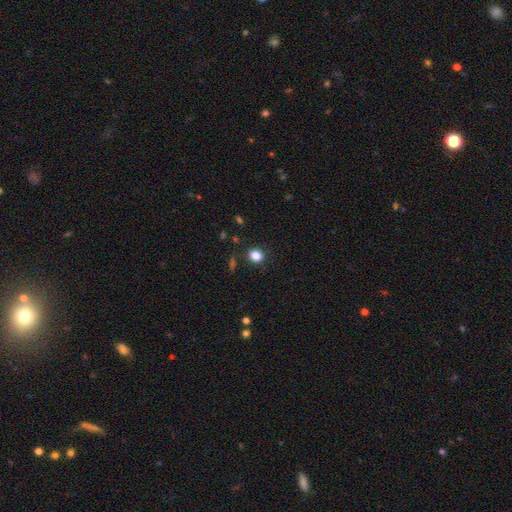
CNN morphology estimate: This appears to be a smooth galaxy with no disk features (85%) that is round (65%). Merging: none (86%).